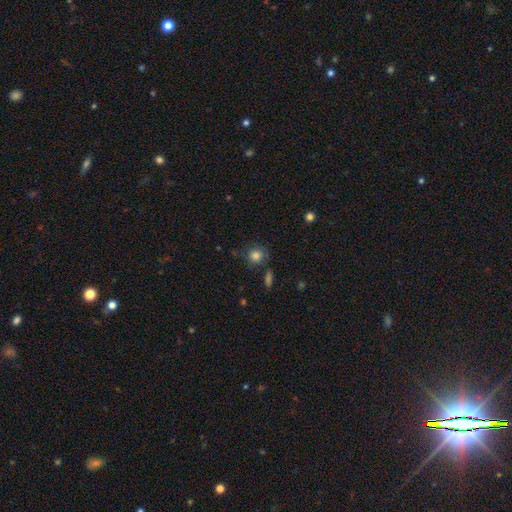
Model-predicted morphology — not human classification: This is clearly a smooth galaxy (81%). How rounded: clearly round (85%). Merging: likely none (71%).